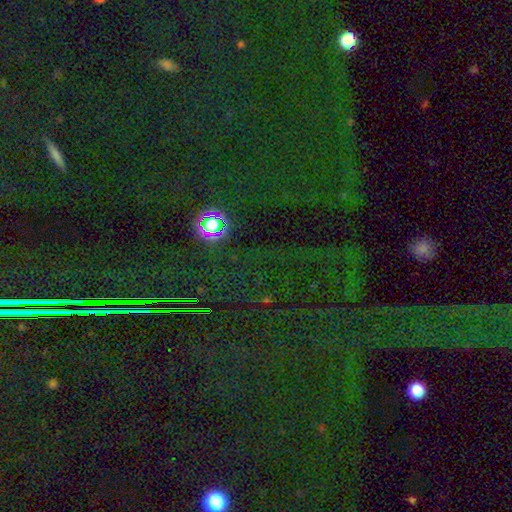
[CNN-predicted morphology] Smooth or featured? star or artifact (82%)